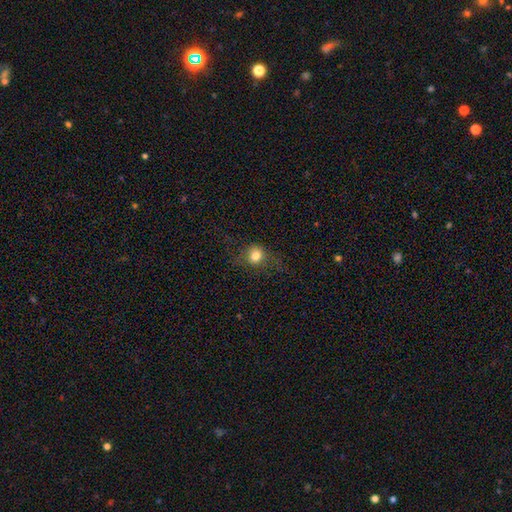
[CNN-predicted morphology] Smooth or featured: smooth — 74% (star or artifact — 14%)
How rounded: round — 79% (in between — 19%)
Merging: none — 66% (minor disturbance — 19%)